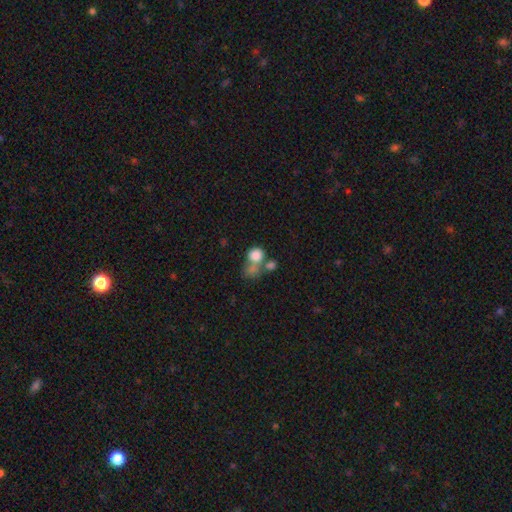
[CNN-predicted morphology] Smooth or featured? Predicted: smooth (p=0.79). How rounded? Predicted: round (p=0.74). Merging? Predicted: merger (p=0.49).